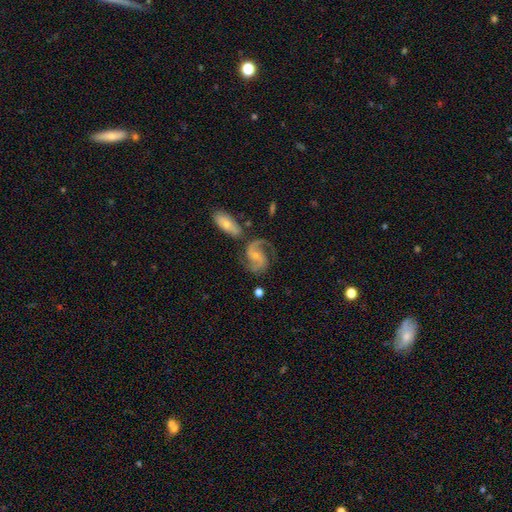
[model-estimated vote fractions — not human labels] Smooth or featured?
  - featured or disk: 87% *
  - smooth: 8%
  - star or artifact: 6%
Edge-on disk?
  - no: 97% *
  - yes: 3%
Bar?
  - no: 50% *
  - weak: 39%
  - strong: 11%
Spiral arms?
  - yes: 97% *
  - no: 3%
Spiral winding?
  - medium: 53% *
  - loose: 34%
  - tight: 13%
Spiral arm count?
  - 2: 88% *
  - 1: 3%
  - 3: 3%
  - can't tell: 3%
  - 4: 1%
  - more than 4: 1%
Bulge size?
  - small: 60% *
  - moderate: 26%
  - none: 10%
  - large: 2%
  - dominant: 1%
Merging?
  - none: 59% *
  - minor disturbance: 18%
  - major disturbance: 12%
  - merger: 11%